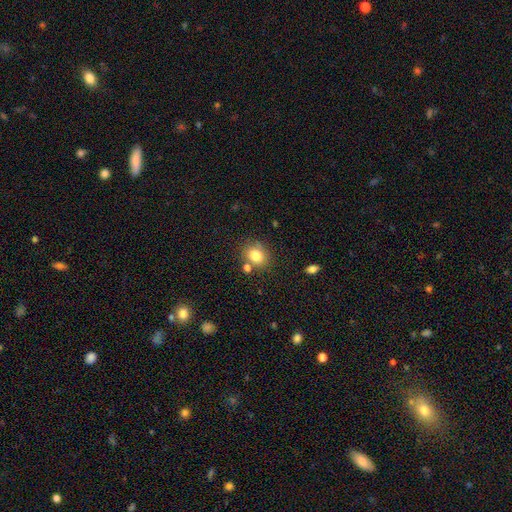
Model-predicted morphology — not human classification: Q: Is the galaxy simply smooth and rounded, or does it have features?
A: smooth — 81%.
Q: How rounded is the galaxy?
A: round — 60%.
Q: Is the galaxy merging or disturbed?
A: none — 71%.